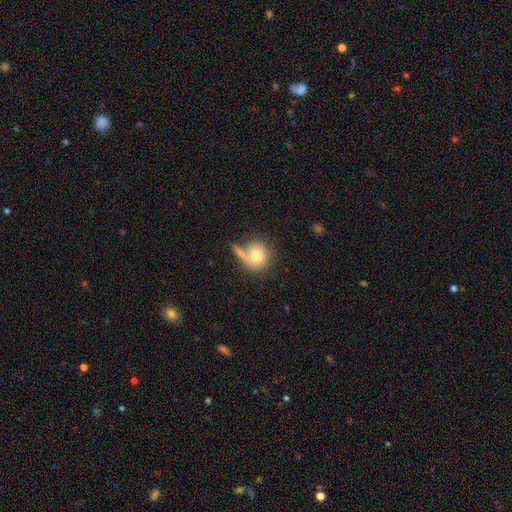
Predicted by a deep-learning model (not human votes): Overall: smooth (76%). How rounded: round (84%). Merging: none (50%; merger 26%).